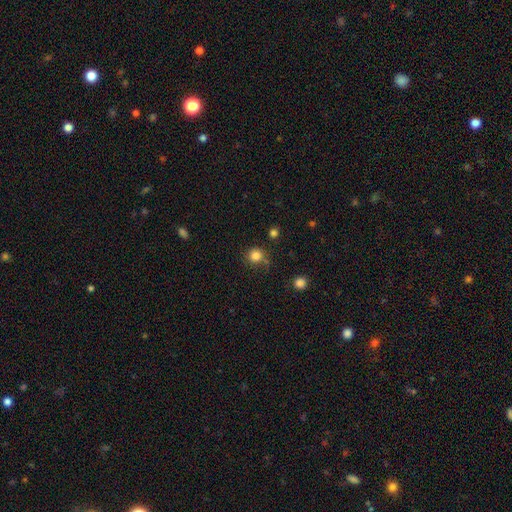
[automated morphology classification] smooth 83%, star or artifact 13%, featured or disk 5%. Down the decision tree: how rounded — round (91%); merging — none (76%).